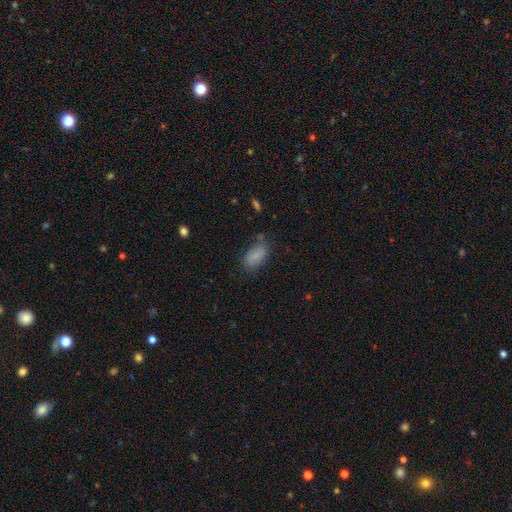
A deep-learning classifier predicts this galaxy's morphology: Smooth or featured?
  - smooth: 80% *
  - featured or disk: 11%
  - star or artifact: 9%
How rounded?
  - in between: 91% *
  - cigar-shaped: 5%
  - round: 4%
Merging?
  - none: 68% *
  - minor disturbance: 21%
  - major disturbance: 6%
  - merger: 5%